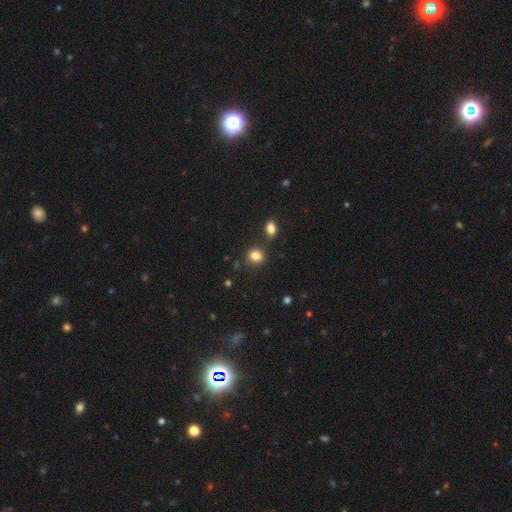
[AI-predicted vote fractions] Smooth or featured?
  - smooth: 83% *
  - star or artifact: 11%
  - featured or disk: 6%
How rounded?
  - round: 72% *
  - in between: 26%
  - cigar-shaped: 1%
Merging?
  - none: 78% *
  - minor disturbance: 10%
  - merger: 9%
  - major disturbance: 3%